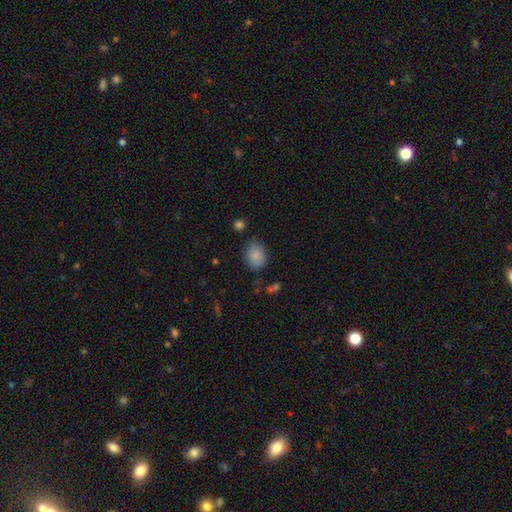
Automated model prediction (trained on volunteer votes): This is clearly a smooth galaxy (84%). How rounded: likely in between (62%). Merging: likely none (74%).